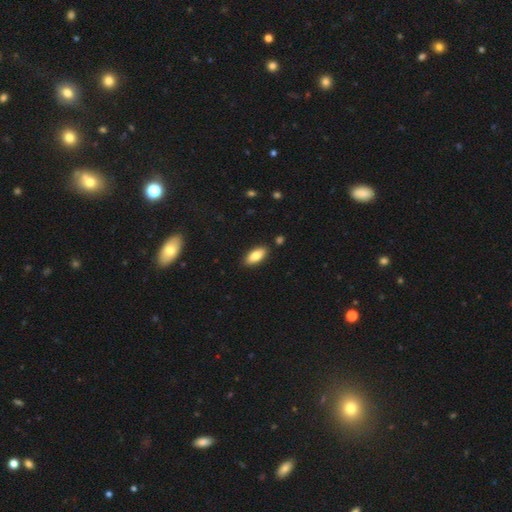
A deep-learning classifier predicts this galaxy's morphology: smooth 83%, featured or disk 11%, star or artifact 6%. Down the decision tree: how rounded — in between (84%); merging — none (87%).